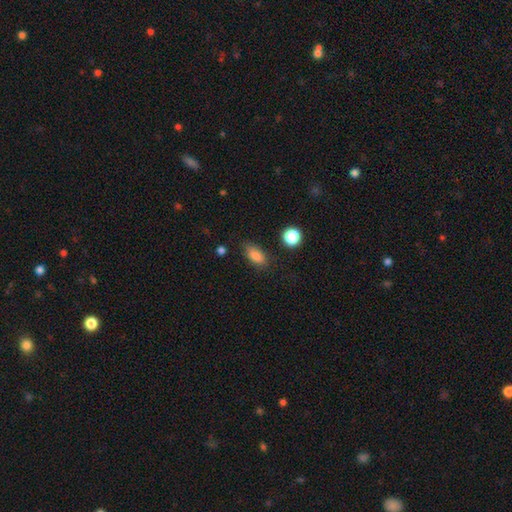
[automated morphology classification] type=smooth (85%); roundness=in between (85%); merging=none (76%).